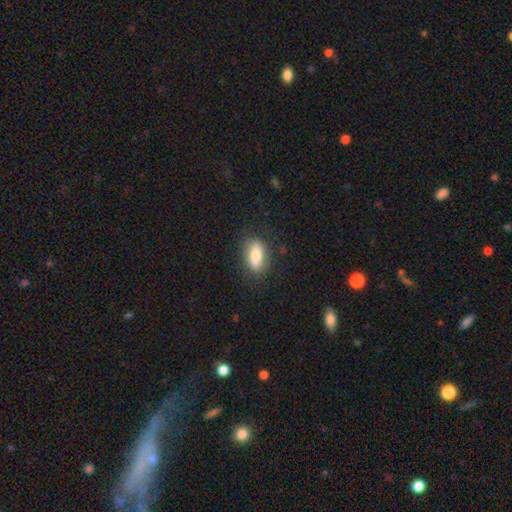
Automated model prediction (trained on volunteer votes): This appears to be a smooth galaxy with no disk features (78%) that is in between round and cigar-shaped (83%). Merging: none (78%).